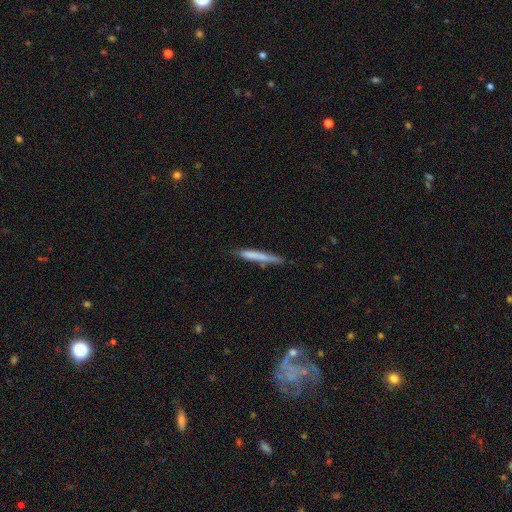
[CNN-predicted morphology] This is likely a smooth galaxy (66%). How rounded: clearly cigar-shaped (95%). Merging: likely none (75%).